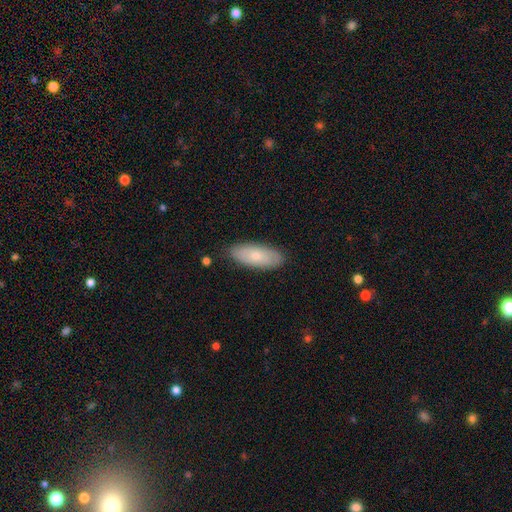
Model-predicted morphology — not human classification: Overall: smooth (70%). How rounded: in between (83%). Merging: none (84%).